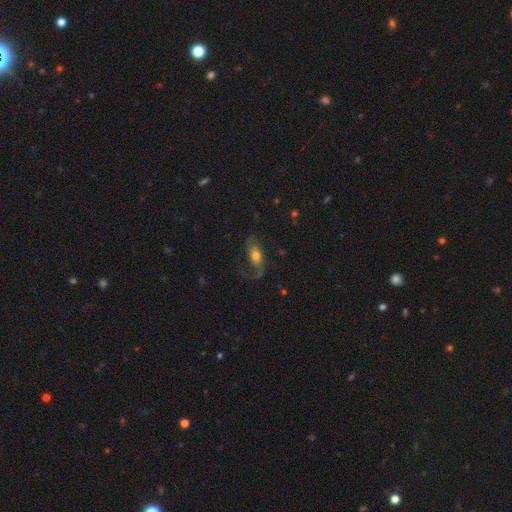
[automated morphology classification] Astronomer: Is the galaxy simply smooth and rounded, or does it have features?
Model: featured or disk — 66%.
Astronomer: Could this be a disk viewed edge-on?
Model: no — 93%.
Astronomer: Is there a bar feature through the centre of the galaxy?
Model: no — 58%.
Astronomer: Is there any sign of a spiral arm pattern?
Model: yes — 89%.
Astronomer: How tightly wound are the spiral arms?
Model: loose — 64%.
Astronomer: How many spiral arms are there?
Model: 2 — 81%.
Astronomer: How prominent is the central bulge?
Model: moderate — 58%.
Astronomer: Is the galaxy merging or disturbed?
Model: none — 61%.